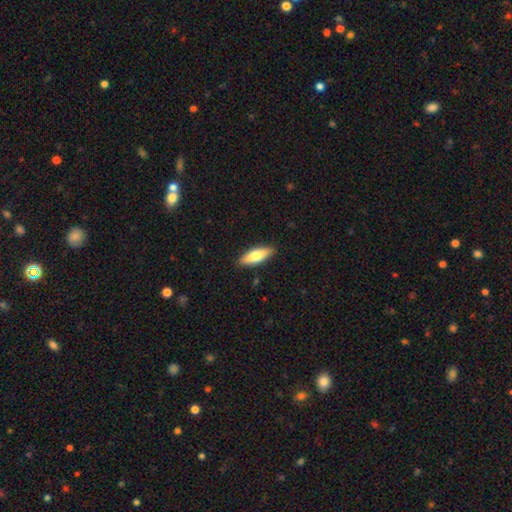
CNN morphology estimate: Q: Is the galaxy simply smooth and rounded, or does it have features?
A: smooth — 68%.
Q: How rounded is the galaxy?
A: in between — 57%.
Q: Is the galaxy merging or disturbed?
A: none — 88%.